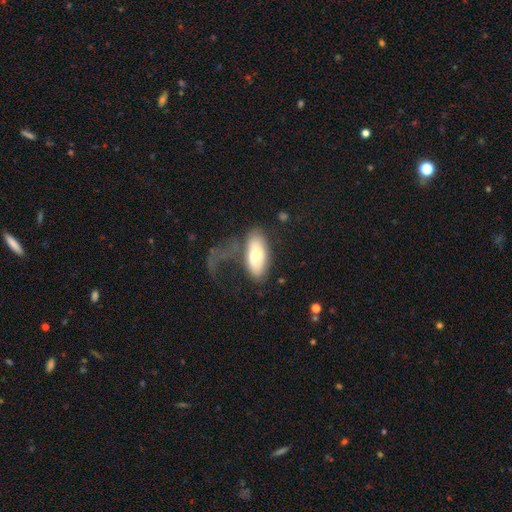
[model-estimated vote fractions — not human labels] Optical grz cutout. It shows a smooth galaxy with no disk features (65%) that is in between round and cigar-shaped (89%). Merging: major disturbance (43%).